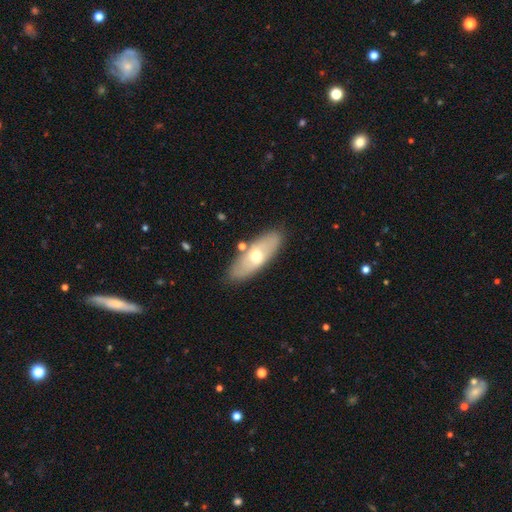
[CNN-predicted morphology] Smooth or featured?
  - smooth: 53% *
  - featured or disk: 41%
  - star or artifact: 6%
How rounded?
  - in between: 73% *
  - cigar-shaped: 24%
  - round: 3%
Merging?
  - none: 82% *
  - minor disturbance: 11%
  - merger: 4%
  - major disturbance: 3%